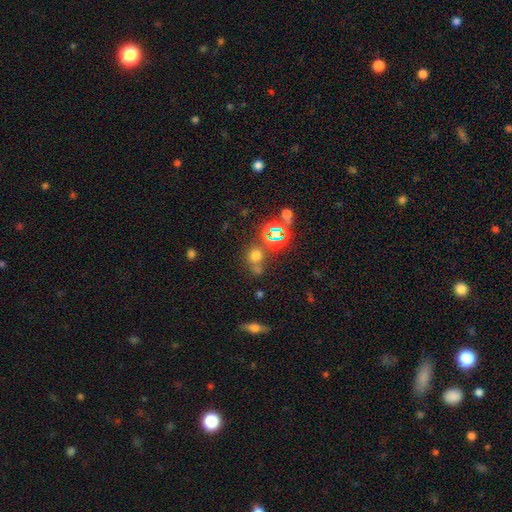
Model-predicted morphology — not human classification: A smooth galaxy with no disk features (59%) that is round (80%).

Vote fractions:
- Smooth or featured? smooth: 59% / star or artifact: 32% / featured or disk: 9%
- How rounded? round: 80% / in between: 19% / cigar-shaped: 2%
- Merging? none: 61% / merger: 21% / minor disturbance: 12% / major disturbance: 6%